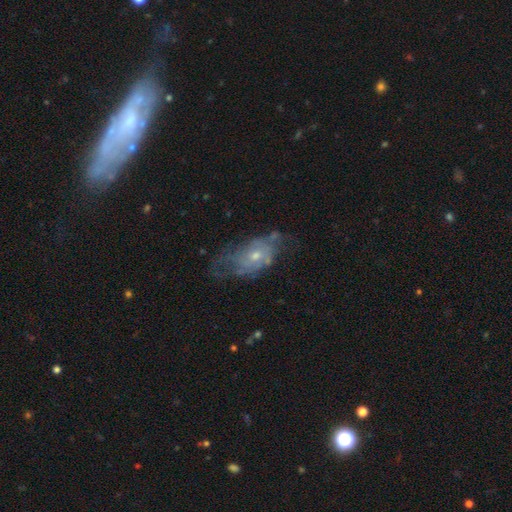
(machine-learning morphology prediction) featured or disk 60%, smooth 30%, star or artifact 10%. Down the decision tree: edge-on disk — no (92%); bar — no (82%); spiral arms — no (50%, tied with yes); bulge size — small (50%); merging — none (45%).